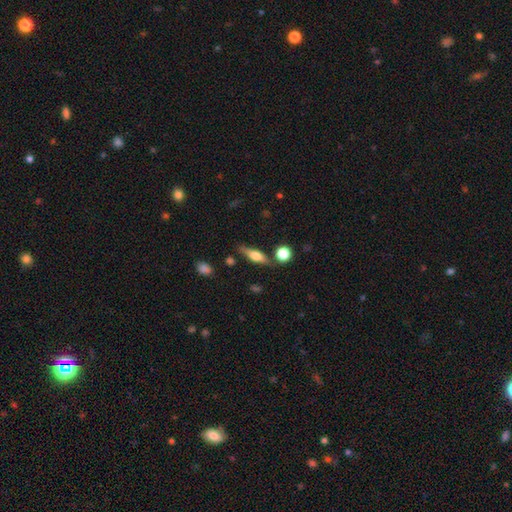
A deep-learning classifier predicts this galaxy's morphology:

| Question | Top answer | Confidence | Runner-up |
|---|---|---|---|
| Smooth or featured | featured or disk | 47% | smooth (45%) |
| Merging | none | 76% | minor disturbance (13%) |